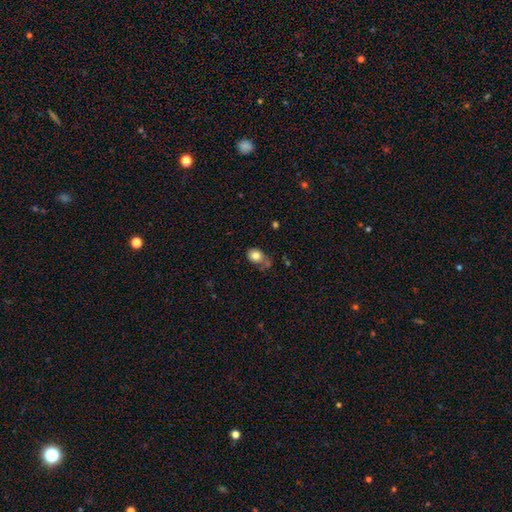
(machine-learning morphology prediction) Smooth or featured? Predicted: smooth (p=0.79). How rounded? Predicted: in between (p=0.52). Merging? Predicted: none (p=0.48).